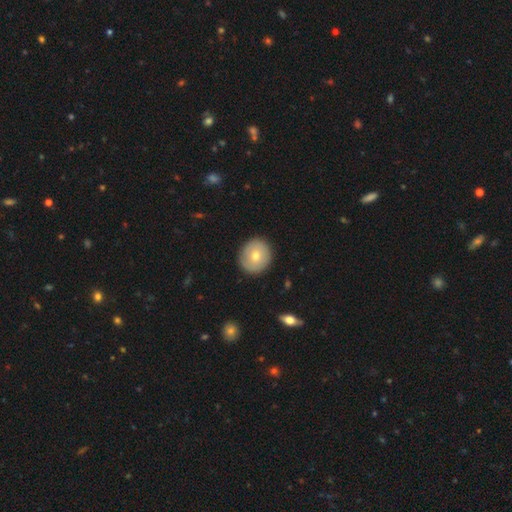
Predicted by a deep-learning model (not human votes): smooth_or_featured: smooth (p=0.62) [alt: featured or disk p=0.30]
how_rounded: round (p=0.84) [alt: in between p=0.15]
merging: none (p=0.89) [alt: minor disturbance p=0.08]